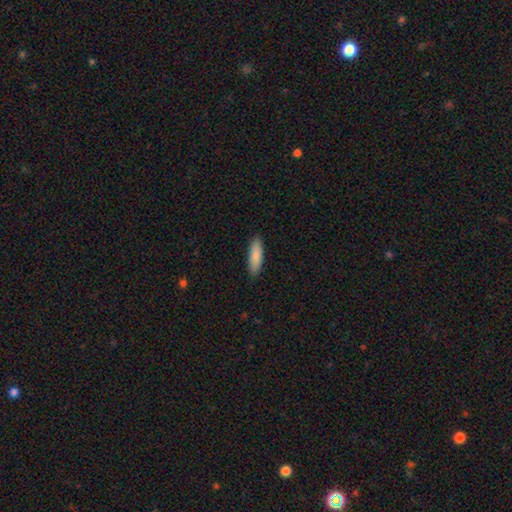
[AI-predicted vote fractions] This appears to be a smooth galaxy with no disk features (85%) that is cigar-shaped (54%). Merging: none (89%).